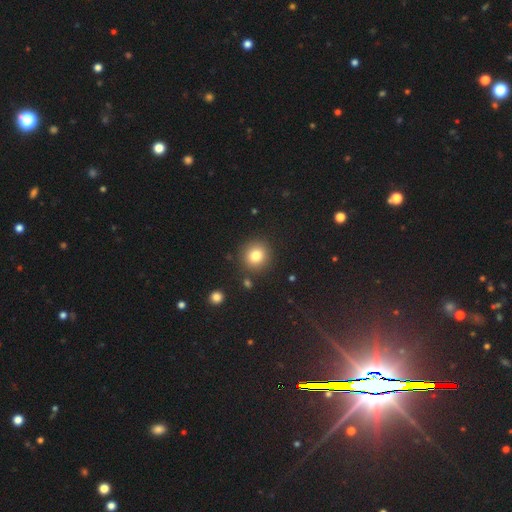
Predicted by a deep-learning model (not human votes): smooth-or-featured: smooth: 81% | star or artifact: 12% | featured or disk: 7%
  how-rounded: round: 90% | in between: 9% | cigar-shaped: 1%
  merging: none: 88% | minor disturbance: 7% | merger: 3% | major disturbance: 2%